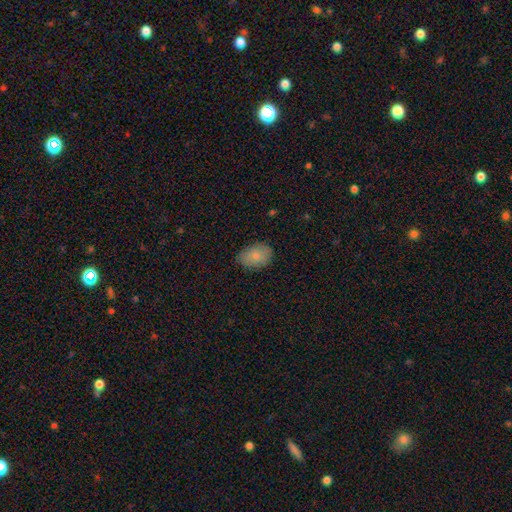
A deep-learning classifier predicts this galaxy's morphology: A smooth galaxy with no disk features (82%) that is in between round and cigar-shaped (82%).

Vote fractions:
- Smooth or featured? smooth: 82% / featured or disk: 11% / star or artifact: 8%
- How rounded? in between: 82% / round: 17% / cigar-shaped: 1%
- Merging? none: 82% / minor disturbance: 14% / major disturbance: 3% / merger: 1%